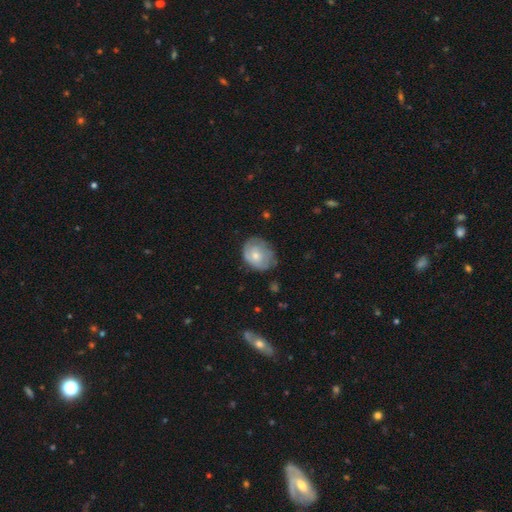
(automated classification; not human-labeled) smooth-or-featured: smooth: 58% | featured or disk: 35% | star or artifact: 7%
  how-rounded: round: 57% | in between: 43% | cigar-shaped: 1%
  merging: none: 60% | minor disturbance: 30% | major disturbance: 9% | merger: 2%